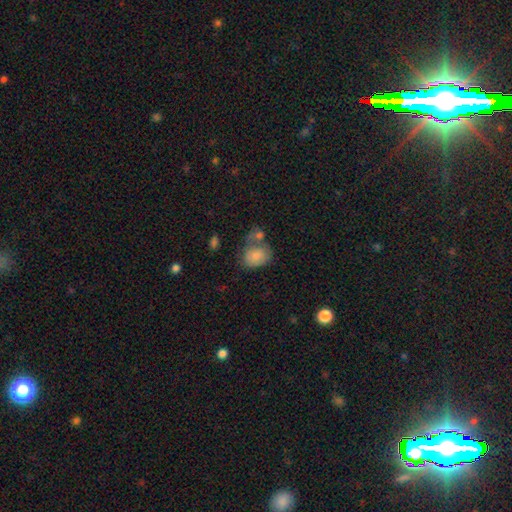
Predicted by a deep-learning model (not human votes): Smooth or featured: smooth — 80% (featured or disk — 12%)
How rounded: in between — 64% (round — 35%)
Merging: merger — 38% (none — 35%)